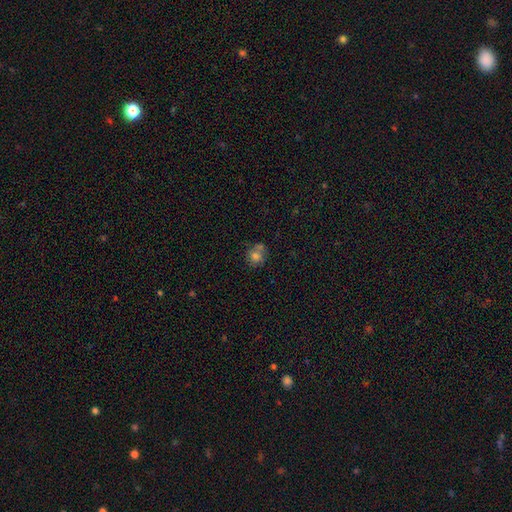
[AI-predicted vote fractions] A smooth galaxy with no disk features (74%) that is round (80%). Merging: none (50%).